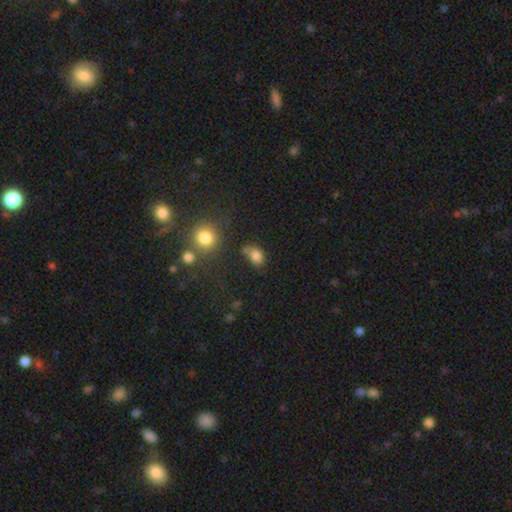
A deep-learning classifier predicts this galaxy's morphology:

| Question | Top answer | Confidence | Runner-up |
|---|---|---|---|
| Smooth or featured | smooth | 79% | star or artifact (12%) |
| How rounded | in between | 74% | round (24%) |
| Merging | none | 47% | minor disturbance (28%) |